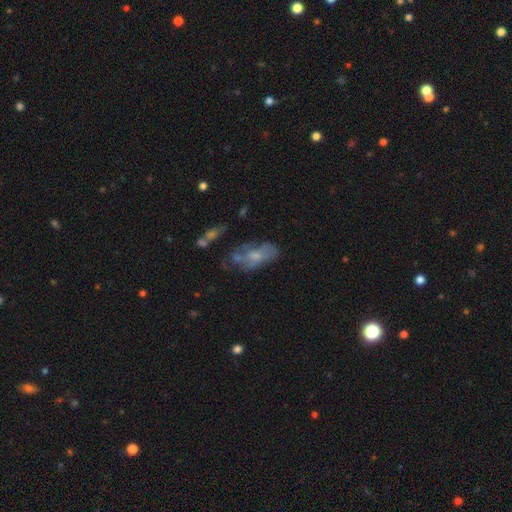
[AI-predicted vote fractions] smooth 46%, featured or disk 44%, star or artifact 10%. Down the decision tree: merging — none (37%).